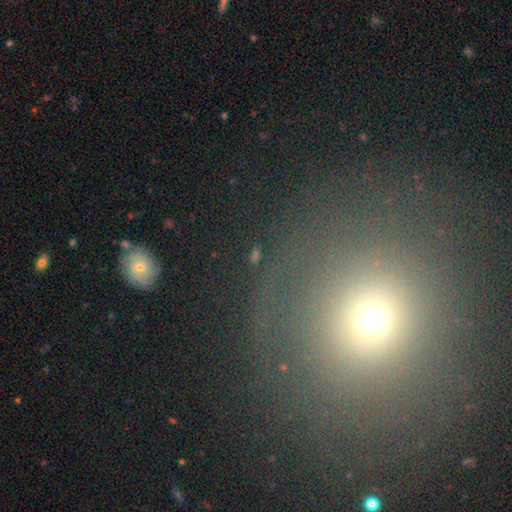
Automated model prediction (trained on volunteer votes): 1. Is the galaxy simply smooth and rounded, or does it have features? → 53% smooth, 28% star or artifact, 19% featured or disk.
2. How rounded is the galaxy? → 83% round, 15% in between, 2% cigar-shaped.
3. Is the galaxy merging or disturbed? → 78% none, 10% minor disturbance, 7% major disturbance, 5% merger.